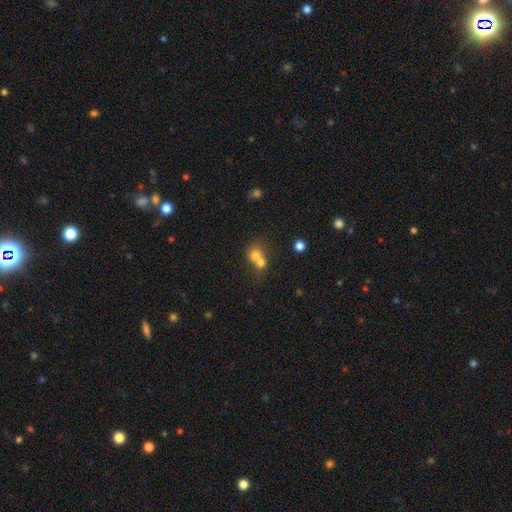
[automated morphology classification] smooth_or_featured: smooth (p=0.71) [alt: featured or disk p=0.17]
how_rounded: round (p=0.78) [alt: in between p=0.21]
merging: merger (p=0.64) [alt: none p=0.27]